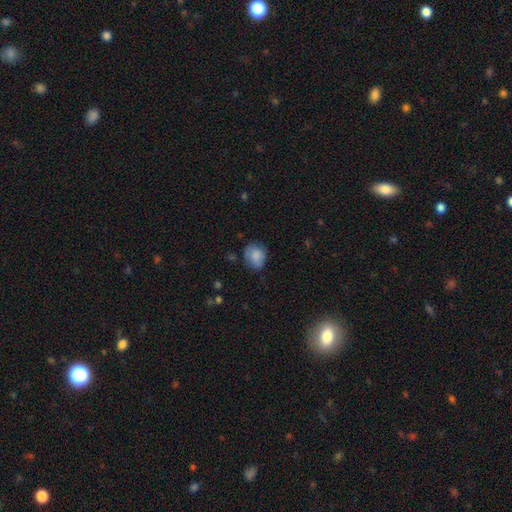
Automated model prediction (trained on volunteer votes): A smooth galaxy with no disk features (82%) that is round (54%). Merging: none (64%).